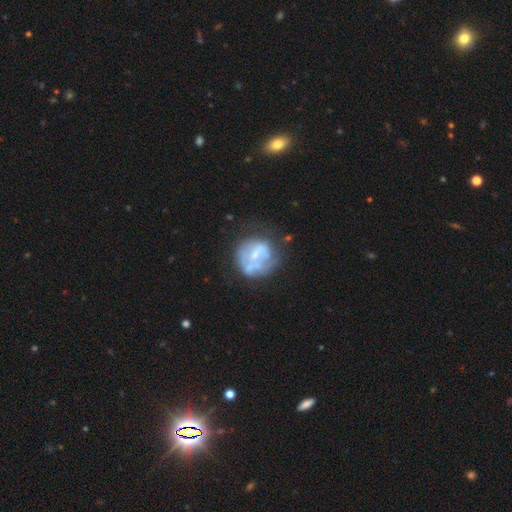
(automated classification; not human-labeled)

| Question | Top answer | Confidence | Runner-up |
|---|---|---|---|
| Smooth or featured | featured or disk | 61% | smooth (31%) |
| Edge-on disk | no | 98% | yes (2%) |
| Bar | no | 60% | weak (32%) |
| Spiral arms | no | 67% | yes (33%) |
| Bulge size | small | 50% | moderate (29%) |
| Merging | none | 48% | minor disturbance (24%) |